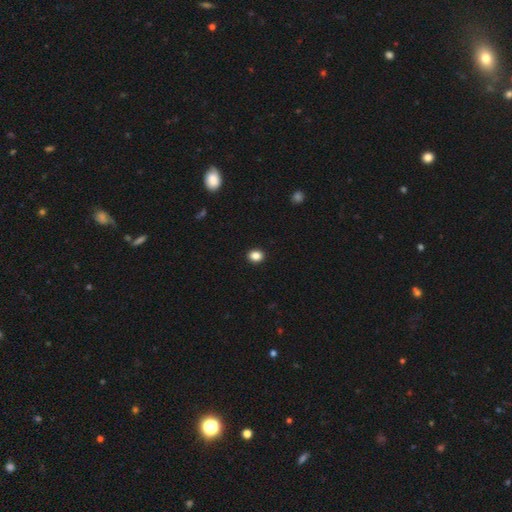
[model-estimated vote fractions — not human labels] smooth 87%, star or artifact 10%, featured or disk 3%. Down the decision tree: how rounded — round (51%); merging — none (92%).